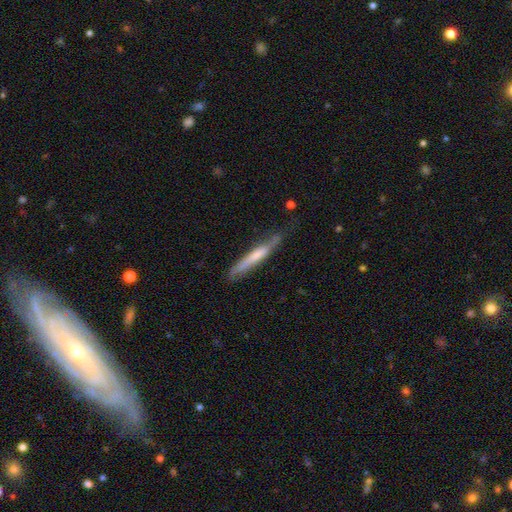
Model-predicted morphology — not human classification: Q: Smooth or featured?
A: smooth (51%); runner-up: featured or disk (43%)
Q: How rounded?
A: cigar-shaped (94%); runner-up: in between (5%)
Q: Merging?
A: none (67%); runner-up: minor disturbance (25%)